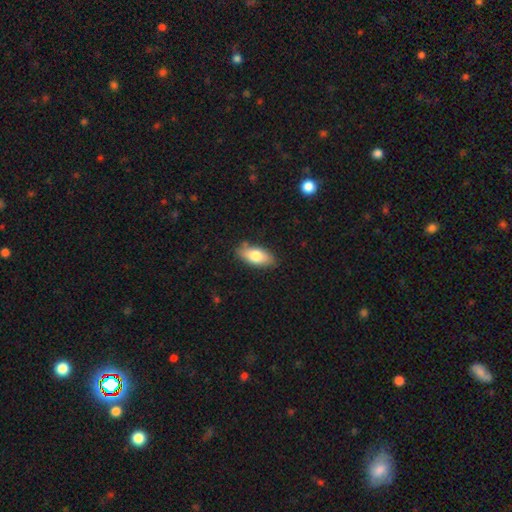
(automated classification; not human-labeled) Overall: smooth (75%). How rounded: in between (85%). Merging: none (83%).